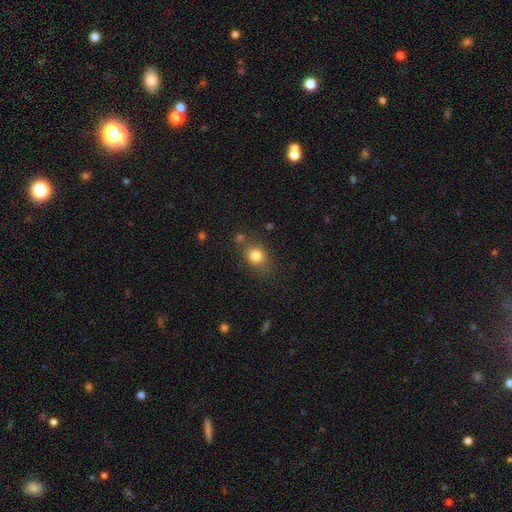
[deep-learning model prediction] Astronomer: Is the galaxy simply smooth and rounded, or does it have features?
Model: smooth — 80%.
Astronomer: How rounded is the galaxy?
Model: round — 58% (runner-up: in between, 40%).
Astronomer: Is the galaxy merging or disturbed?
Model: none — 71%.